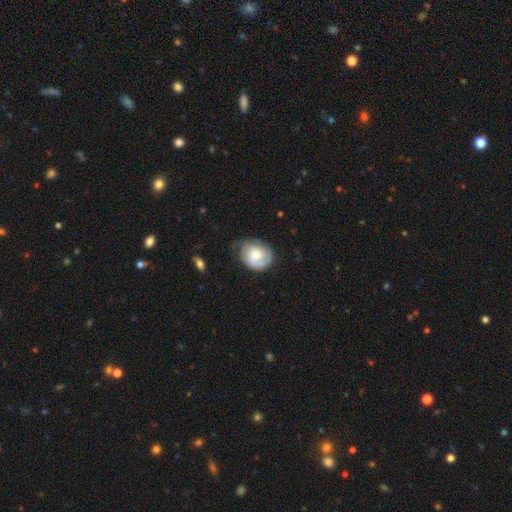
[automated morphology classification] Q: Smooth or featured?
A: featured or disk (65%); runner-up: smooth (29%)
Q: Edge-on disk?
A: no (97%); runner-up: yes (3%)
Q: Bar?
A: no (73%); runner-up: weak (24%)
Q: Spiral arms?
A: yes (90%); runner-up: no (10%)
Q: Spiral winding?
A: tight (58%); runner-up: medium (30%)
Q: Spiral arm count?
A: 2 (39%); runner-up: 1 (31%)
Q: Bulge size?
A: moderate (58%); runner-up: small (23%)
Q: Merging?
A: none (59%); runner-up: minor disturbance (28%)